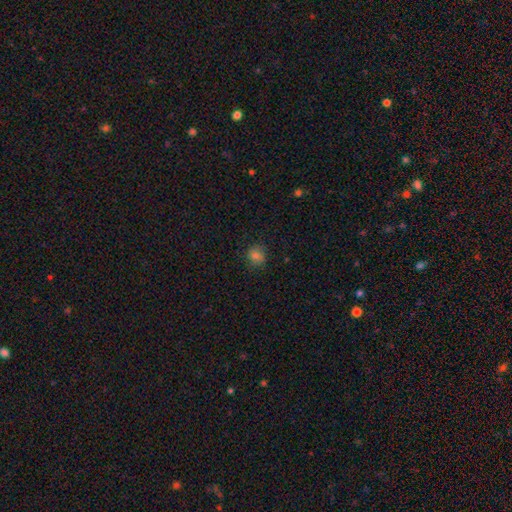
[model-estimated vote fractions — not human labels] smooth-or-featured: smooth: 79% | star or artifact: 14% | featured or disk: 7%
  how-rounded: round: 77% | in between: 22% | cigar-shaped: 1%
  merging: none: 83% | minor disturbance: 13% | major disturbance: 3% | merger: 1%